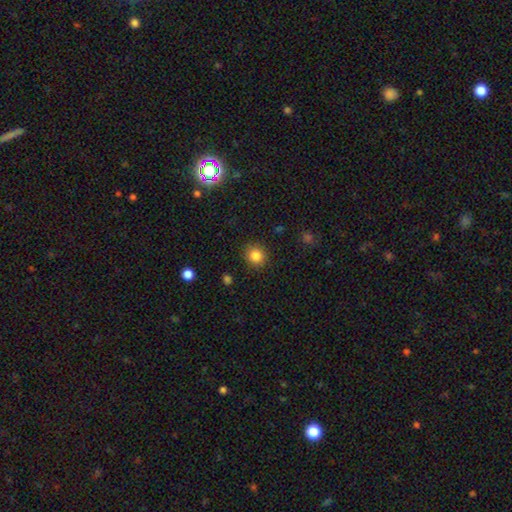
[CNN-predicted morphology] This appears to be a smooth galaxy with no disk features (84%) that is round (89%). Merging: none (89%).